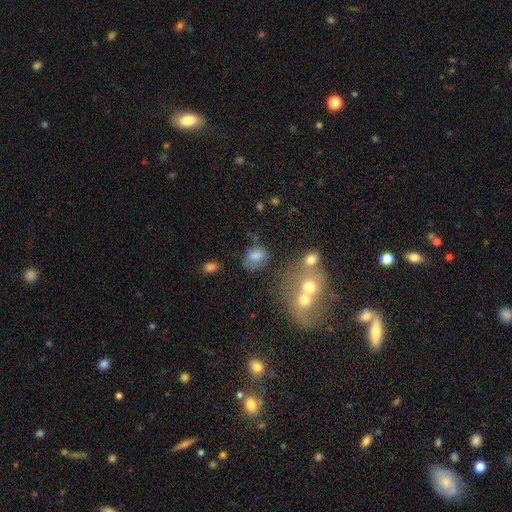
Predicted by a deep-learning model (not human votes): The model was most divided on "merging": none: 50%, minor disturbance: 27%, major disturbance: 14%, merger: 10%. More confident: smooth or featured — smooth (74%); how rounded — in between (71%).